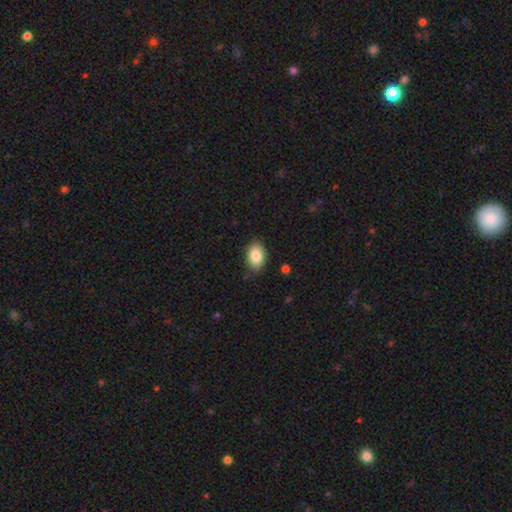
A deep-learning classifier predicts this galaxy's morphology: Smooth or featured? smooth (85%)
How rounded? in between (89%)
Merging? none (84%)